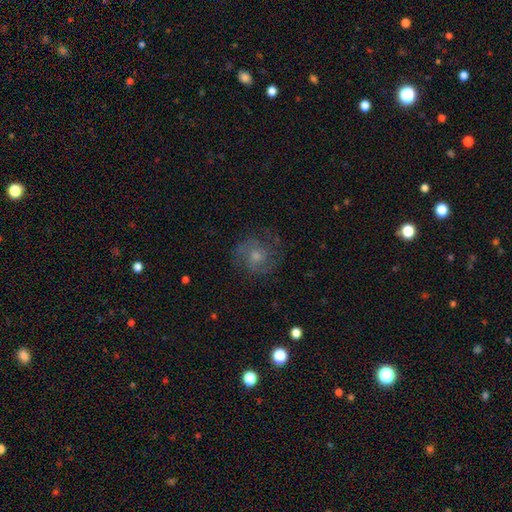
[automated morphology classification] Smooth or featured: featured or disk — 60% (smooth — 29%)
Edge-on disk: no — 97% (yes — 3%)
Bar: no — 73% (weak — 24%)
Spiral arms: yes — 86% (no — 14%)
Spiral winding: medium — 47% (tight — 37%)
Spiral arm count: 2 — 51% (can't tell — 24%)
Bulge size: moderate — 50% (small — 39%)
Merging: none — 72% (minor disturbance — 17%)